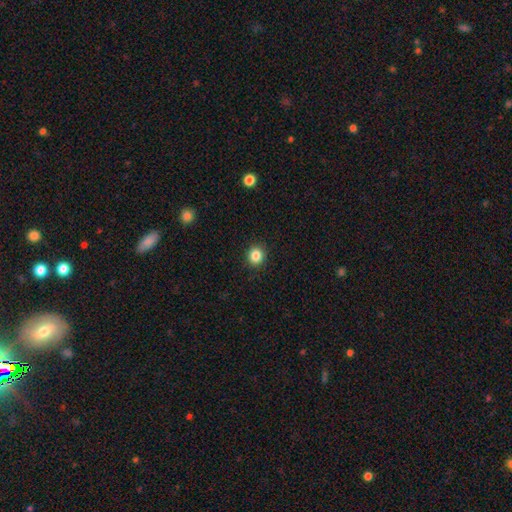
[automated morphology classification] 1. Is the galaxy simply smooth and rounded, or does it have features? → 85% smooth, 11% star or artifact, 5% featured or disk.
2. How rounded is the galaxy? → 83% round, 16% in between, 1% cigar-shaped.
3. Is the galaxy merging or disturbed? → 91% none, 6% minor disturbance, 2% major disturbance, 1% merger.